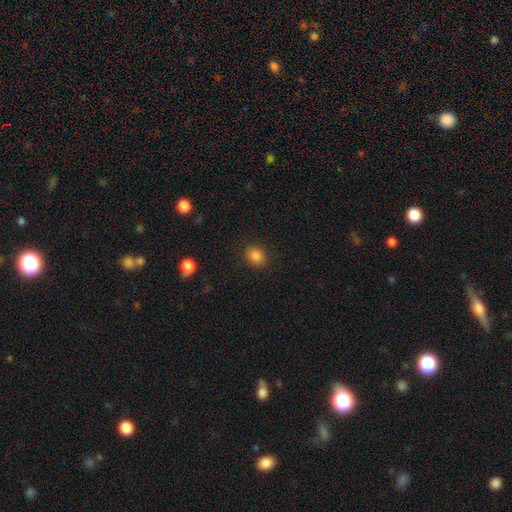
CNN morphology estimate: smooth_or_featured: smooth (p=0.85) [alt: star or artifact p=0.11]
how_rounded: round (p=0.52) [alt: in between p=0.47]
merging: none (p=0.88) [alt: minor disturbance p=0.08]